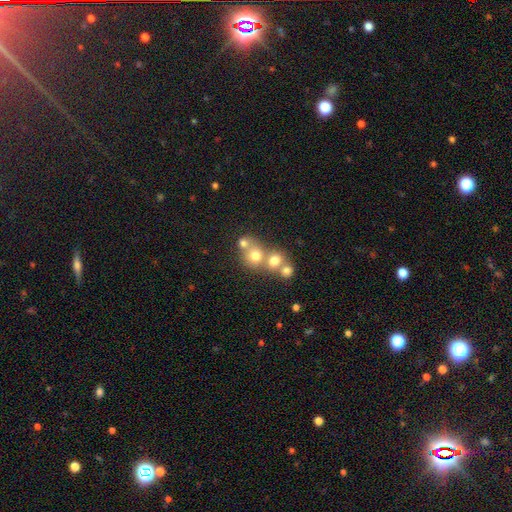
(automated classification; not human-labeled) smooth 66%, featured or disk 19%, star or artifact 15%. Down the decision tree: how rounded — round (78%); merging — merger (50%).